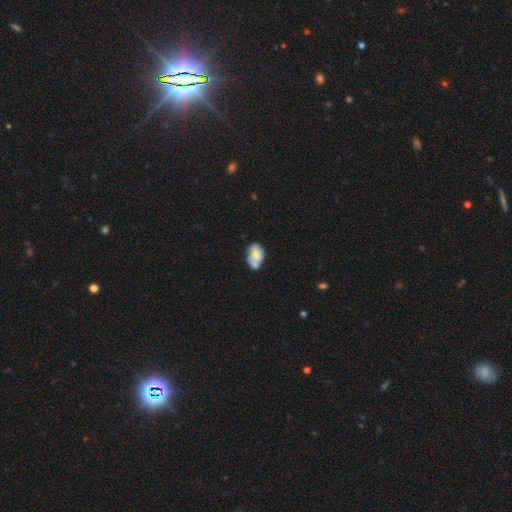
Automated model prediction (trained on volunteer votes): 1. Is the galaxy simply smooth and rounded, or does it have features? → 63% smooth, 29% featured or disk, 7% star or artifact.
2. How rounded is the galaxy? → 89% in between, 10% round, 1% cigar-shaped.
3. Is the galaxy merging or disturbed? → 45% none, 31% minor disturbance, 15% merger, 9% major disturbance.